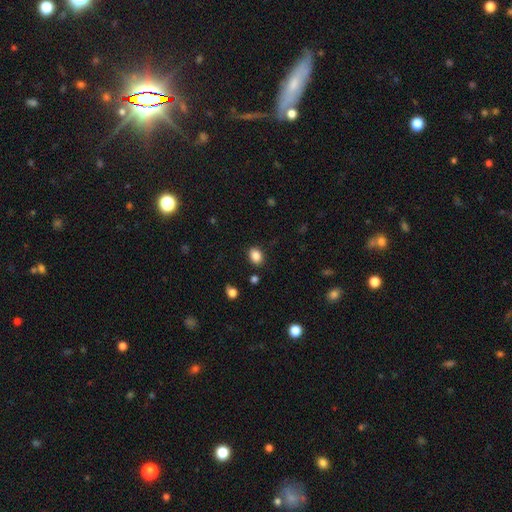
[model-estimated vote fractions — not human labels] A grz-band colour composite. It shows a smooth galaxy with no disk features (86%) that is in between round and cigar-shaped (68%). Merging: none (86%).